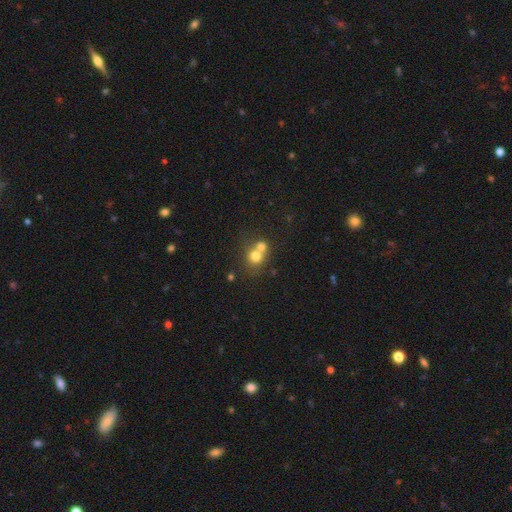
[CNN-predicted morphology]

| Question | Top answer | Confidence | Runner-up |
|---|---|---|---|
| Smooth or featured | smooth | 73% | featured or disk (16%) |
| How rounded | round | 80% | in between (19%) |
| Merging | merger | 59% | none (33%) |